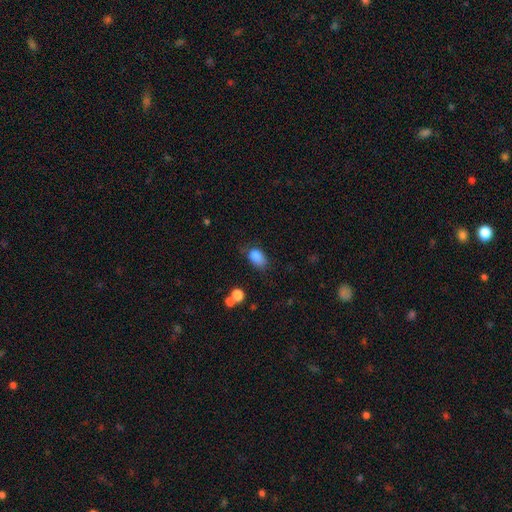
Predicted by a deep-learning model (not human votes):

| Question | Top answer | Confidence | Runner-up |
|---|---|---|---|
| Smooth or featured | smooth | 83% | star or artifact (10%) |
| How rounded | in between | 78% | round (21%) |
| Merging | none | 48% | minor disturbance (35%) |